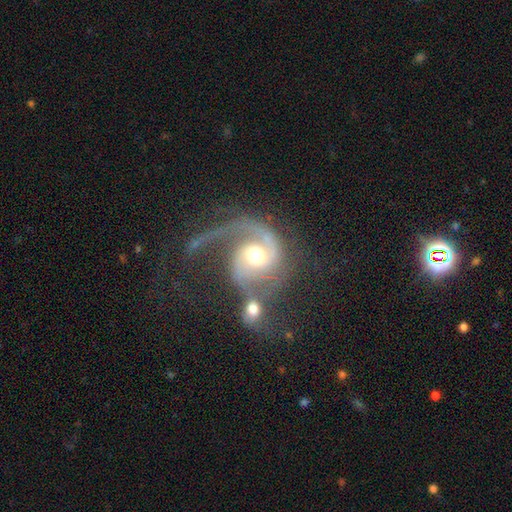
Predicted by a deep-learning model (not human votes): Smooth or featured: featured or disk — 89% (smooth — 6%)
Edge-on disk: no — 98% (yes — 2%)
Bar: no — 60% (weak — 30%)
Spiral arms: yes — 98% (no — 2%)
Spiral winding: medium — 50% (loose — 27%)
Spiral arm count: 2 — 74% (1 — 15%)
Bulge size: moderate — 72% (small — 16%)
Merging: merger — 34% (none — 31%)